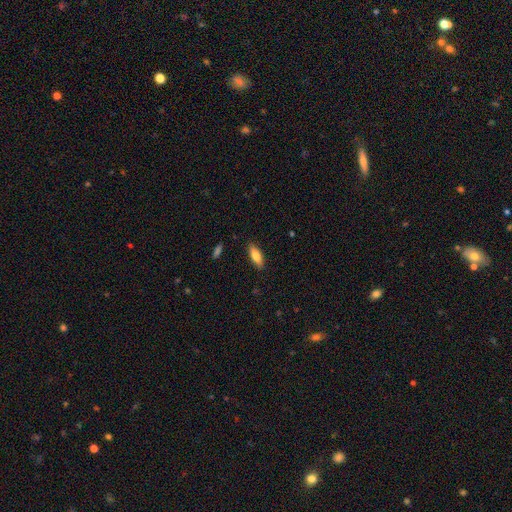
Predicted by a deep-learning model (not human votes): Smooth or featured? Predicted: smooth (p=0.82). How rounded? Predicted: in between (p=0.65). Merging? Predicted: none (p=0.87).